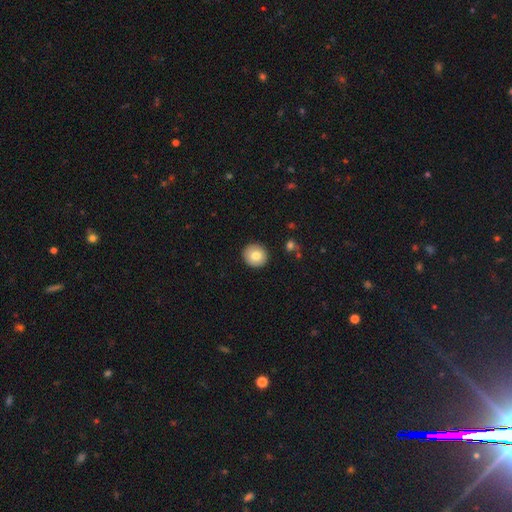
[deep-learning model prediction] Smooth or featured? smooth (78%)
How rounded? round (91%)
Merging? none (92%)